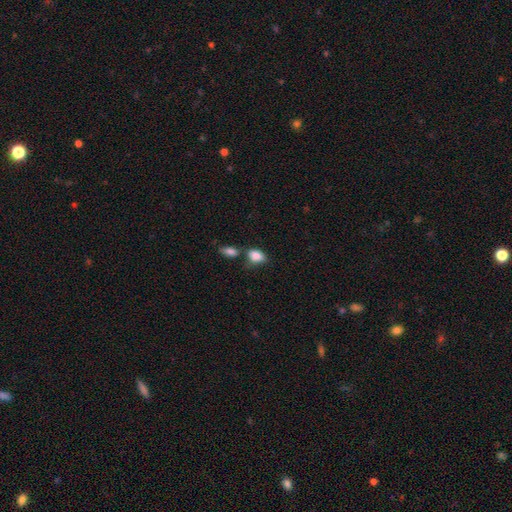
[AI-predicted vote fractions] A smooth galaxy with no disk features (86%) that is in between round and cigar-shaped (85%).

Vote fractions:
- Smooth or featured? smooth: 86% / star or artifact: 8% / featured or disk: 6%
- How rounded? in between: 85% / round: 12% / cigar-shaped: 2%
- Merging? none: 47% / merger: 28% / minor disturbance: 18% / major disturbance: 6%